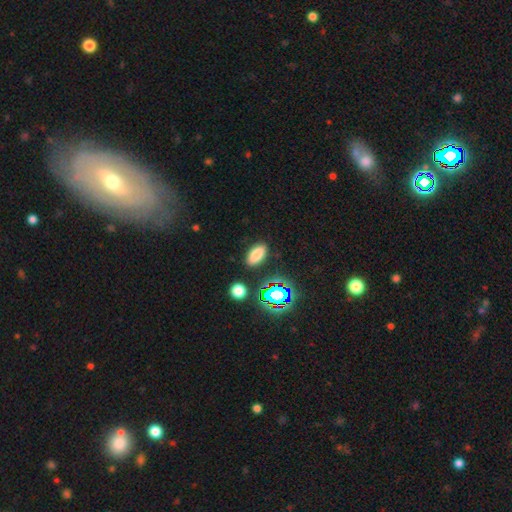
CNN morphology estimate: A smooth galaxy with no disk features (73%) that is in between round and cigar-shaped (89%).

Vote fractions:
- Smooth or featured? smooth: 73% / star or artifact: 19% / featured or disk: 8%
- How rounded? in between: 89% / round: 6% / cigar-shaped: 5%
- Merging? none: 87% / minor disturbance: 8% / major disturbance: 3% / merger: 2%